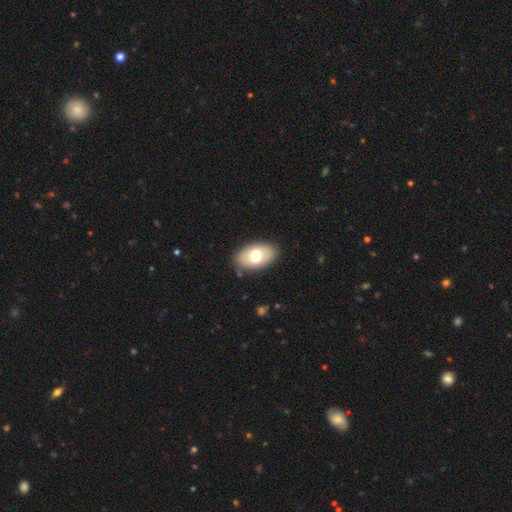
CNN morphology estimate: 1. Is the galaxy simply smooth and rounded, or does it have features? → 70% smooth, 24% featured or disk, 6% star or artifact.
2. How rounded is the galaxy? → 93% in between, 6% round, 1% cigar-shaped.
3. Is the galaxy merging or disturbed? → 85% none, 11% minor disturbance, 3% major disturbance, 1% merger.